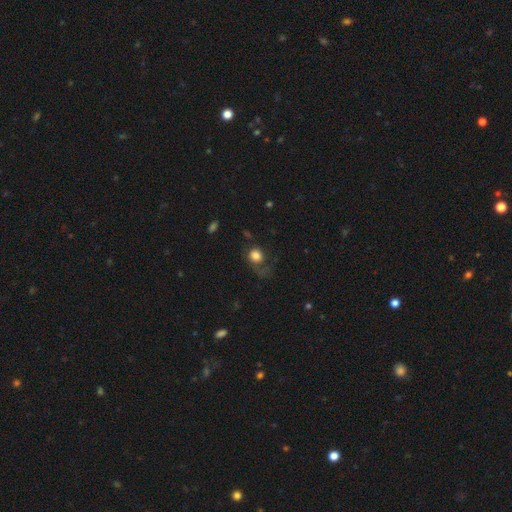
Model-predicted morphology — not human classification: type=smooth (78%); roundness=round (73%); merging=none (38%).